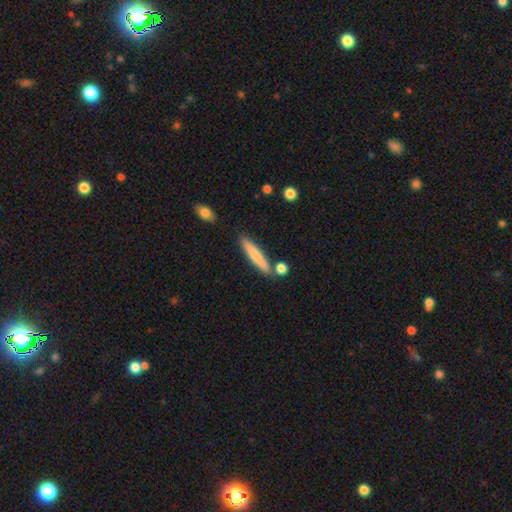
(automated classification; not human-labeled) smooth-or-featured: smooth: 70% | featured or disk: 24% | star or artifact: 6%
  how-rounded: cigar-shaped: 91% | in between: 7% | round: 2%
  merging: none: 81% | minor disturbance: 10% | merger: 7% | major disturbance: 2%